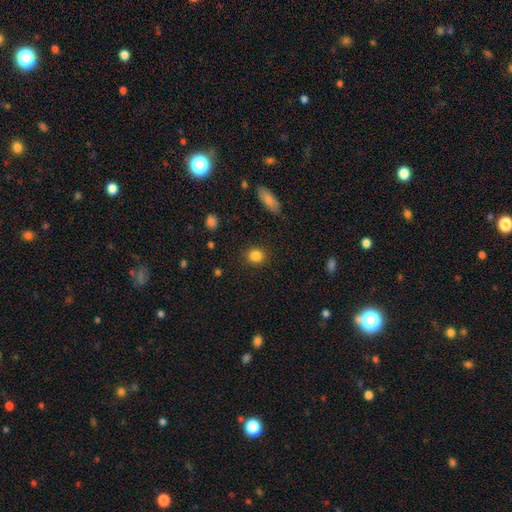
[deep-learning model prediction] smooth_or_featured: smooth (p=0.85) [alt: star or artifact p=0.10]
how_rounded: round (p=0.82) [alt: in between p=0.16]
merging: none (p=0.89) [alt: minor disturbance p=0.07]